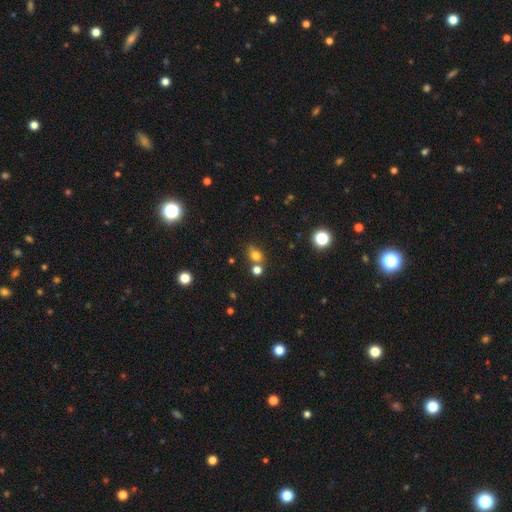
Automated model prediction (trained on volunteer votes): A smooth galaxy with no disk features (75%) that is in between round and cigar-shaped (49%, tied with round).

Vote fractions:
- Smooth or featured? smooth: 75% / star or artifact: 17% / featured or disk: 9%
- How rounded? in between: 49% (tied) / round: 49% (tied) / cigar-shaped: 2%
- Merging? none: 58% / merger: 25% / minor disturbance: 12% / major disturbance: 4%